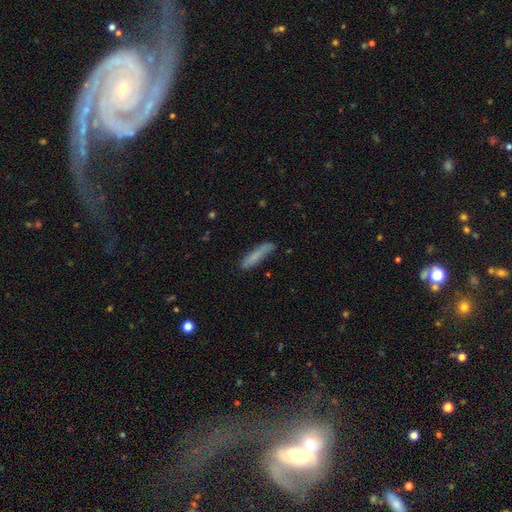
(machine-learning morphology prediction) Smooth or featured? Predicted: smooth (p=0.75). How rounded? Predicted: cigar-shaped (p=0.86). Merging? Predicted: none (p=0.75).